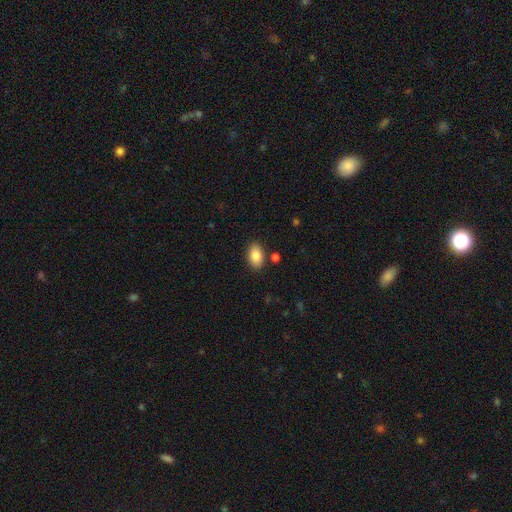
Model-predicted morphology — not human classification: The model was most divided on "merging": none: 84%, minor disturbance: 10%, merger: 4%, major disturbance: 2%. More confident: how rounded — in between (90%); smooth or featured — smooth (86%).